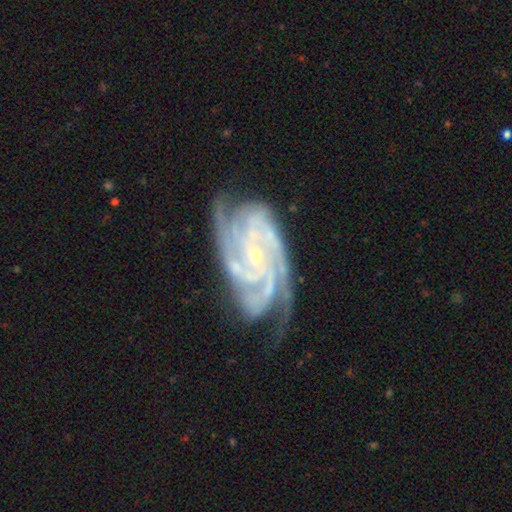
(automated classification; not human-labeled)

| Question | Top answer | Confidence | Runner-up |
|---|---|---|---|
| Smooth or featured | featured or disk | 92% | star or artifact (5%) |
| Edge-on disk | no | 97% | yes (3%) |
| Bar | no | 59% | weak (26%) |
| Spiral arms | yes | 99% | no (1%) |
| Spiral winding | tight | 68% | medium (28%) |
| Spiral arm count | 4 | 34% | 3 (31%) |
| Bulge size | small | 79% | moderate (17%) |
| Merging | none | 71% | minor disturbance (20%) |